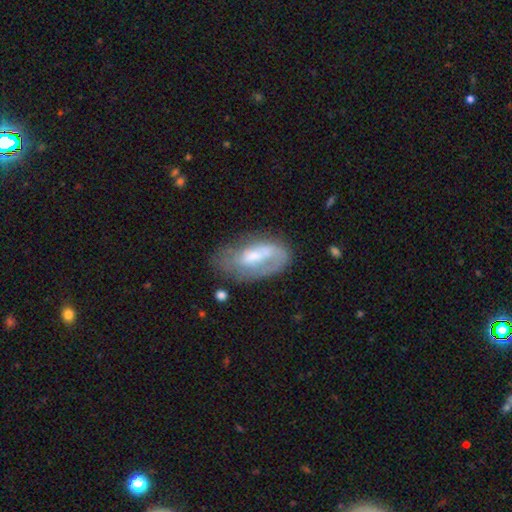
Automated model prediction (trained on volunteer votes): Smooth or featured: featured or disk — 52% (smooth — 41%)
Edge-on disk: no — 92% (yes — 8%)
Merging: none — 50% (minor disturbance — 26%)